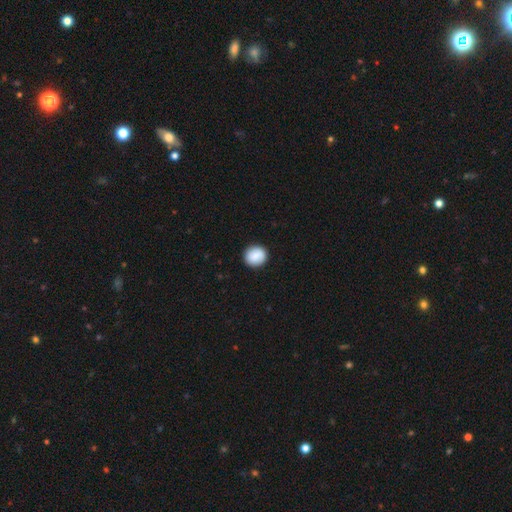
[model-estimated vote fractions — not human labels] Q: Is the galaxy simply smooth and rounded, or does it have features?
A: smooth — 87%.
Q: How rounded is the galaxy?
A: round — 86%.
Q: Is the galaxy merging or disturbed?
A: none — 91%.